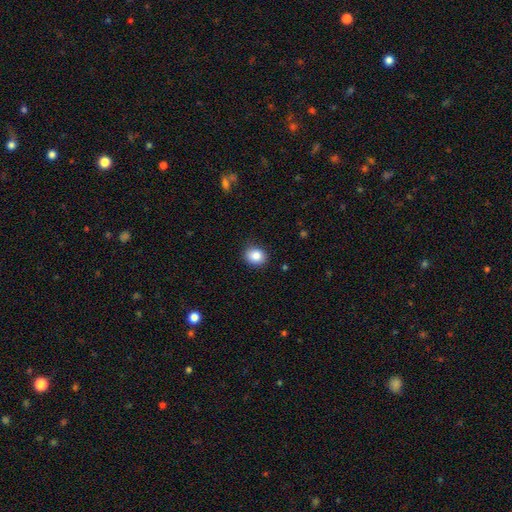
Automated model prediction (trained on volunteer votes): Smooth or featured? smooth (86%)
How rounded? round (67%)
Merging? none (87%)